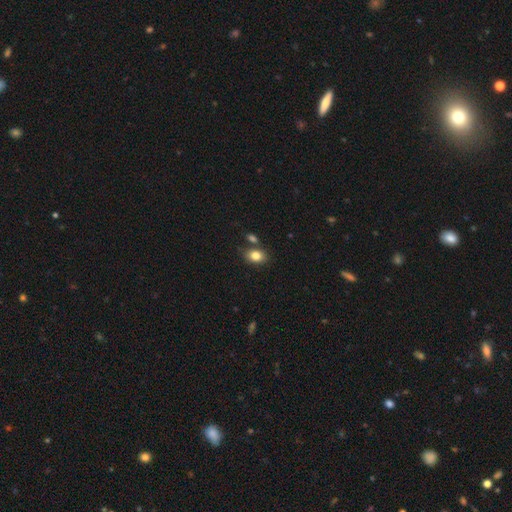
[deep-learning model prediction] smooth_or_featured: smooth (p=0.83) [alt: star or artifact p=0.09]
how_rounded: in between (p=0.77) [alt: round p=0.22]
merging: none (p=0.72) [alt: minor disturbance p=0.12]